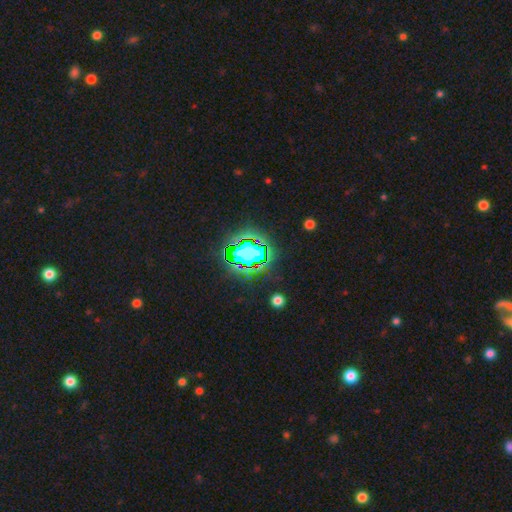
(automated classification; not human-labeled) smooth-or-featured: star or artifact: 75% | smooth: 14% | featured or disk: 11%